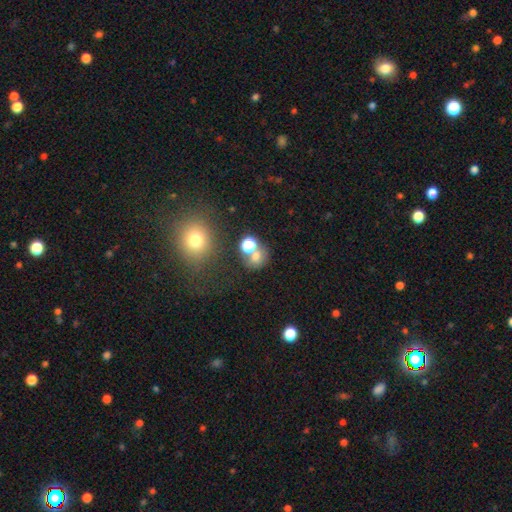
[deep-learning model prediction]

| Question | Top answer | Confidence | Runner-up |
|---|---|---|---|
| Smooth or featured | smooth | 67% | star or artifact (21%) |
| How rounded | round | 74% | in between (25%) |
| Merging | none | 51% | merger (33%) |